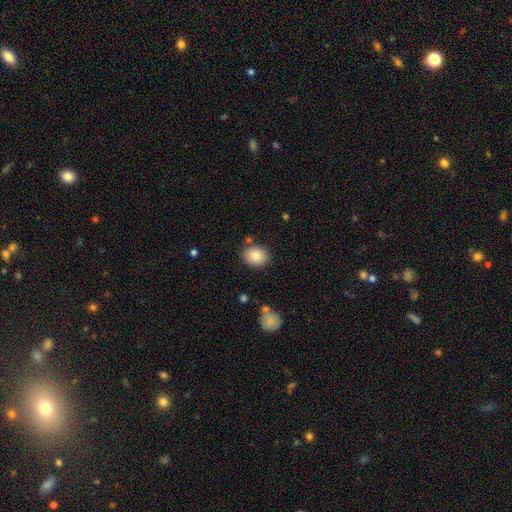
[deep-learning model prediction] This is clearly a smooth galaxy (85%). How rounded: possibly in between (50%). Merging: clearly none (83%).